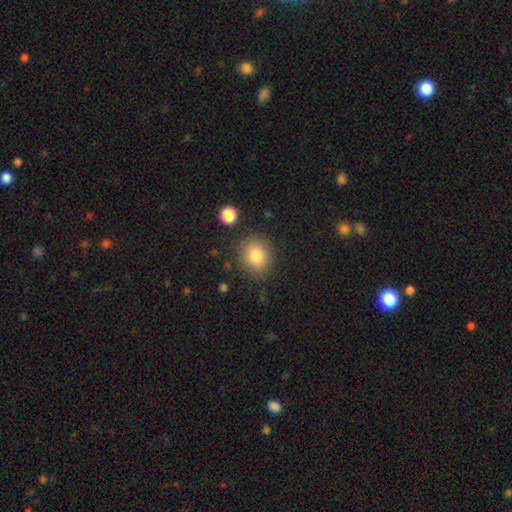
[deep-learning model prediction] Smooth or featured? Predicted: smooth (p=0.82). How rounded? Predicted: round (p=0.81). Merging? Predicted: none (p=0.84).